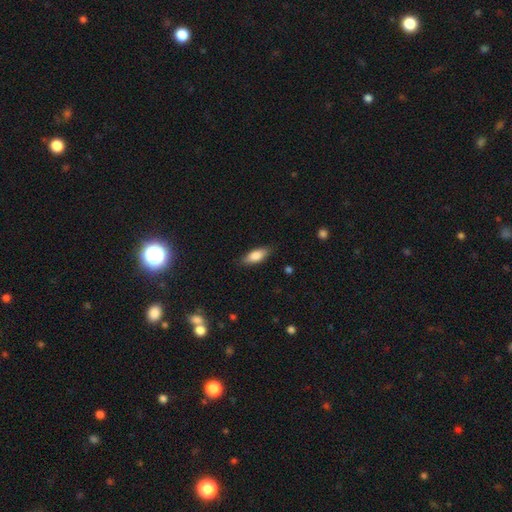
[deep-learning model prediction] Overall: smooth (79%). How rounded: in between (73%). Merging: none (86%).